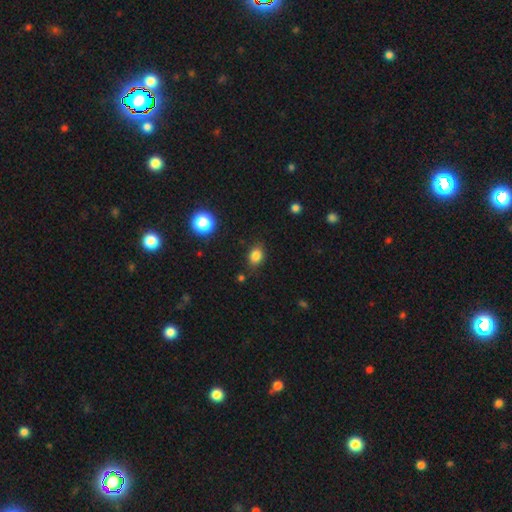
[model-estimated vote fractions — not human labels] Smooth or featured? smooth (83%)
How rounded? in between (58%)
Merging? none (83%)